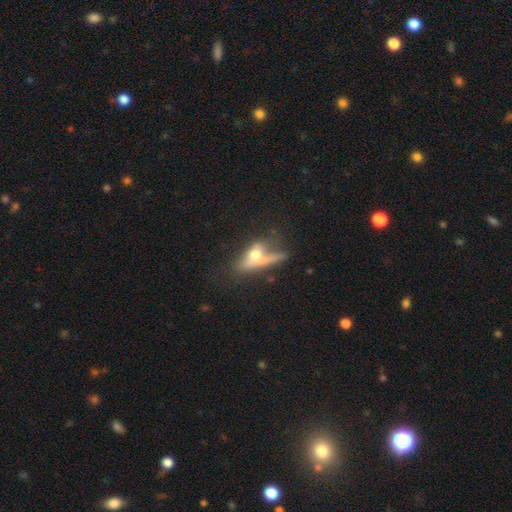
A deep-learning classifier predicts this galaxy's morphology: Smooth or featured? Predicted: smooth (p=0.48). Merging? Predicted: major disturbance (p=0.35).